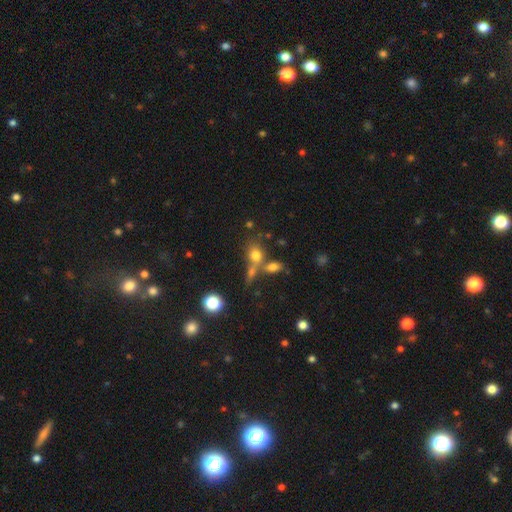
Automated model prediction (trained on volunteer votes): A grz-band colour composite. It shows a smooth galaxy with no disk features (71%) that is in between round and cigar-shaped (52%). Merging: merger (42%).